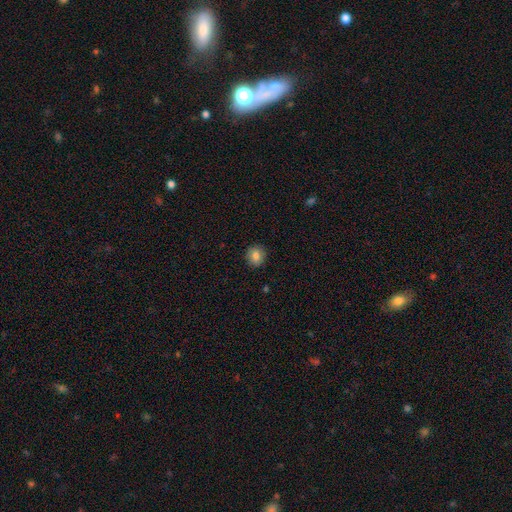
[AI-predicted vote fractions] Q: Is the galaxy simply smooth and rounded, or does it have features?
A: smooth — 83%.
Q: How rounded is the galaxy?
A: round — 85%.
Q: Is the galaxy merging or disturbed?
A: none — 89%.